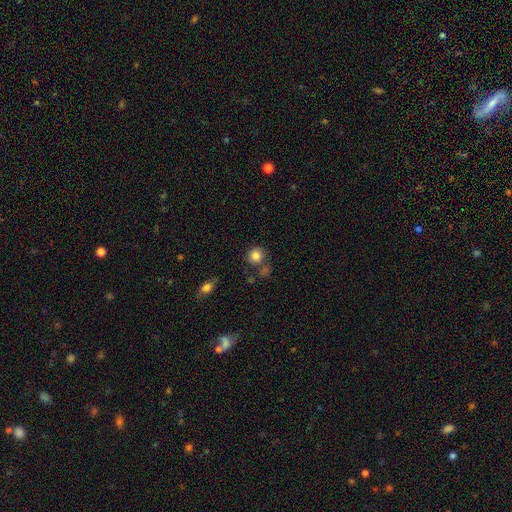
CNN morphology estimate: smooth_or_featured: smooth (p=0.84) [alt: star or artifact p=0.10]
how_rounded: round (p=0.89) [alt: in between p=0.10]
merging: none (p=0.68) [alt: merger p=0.15]